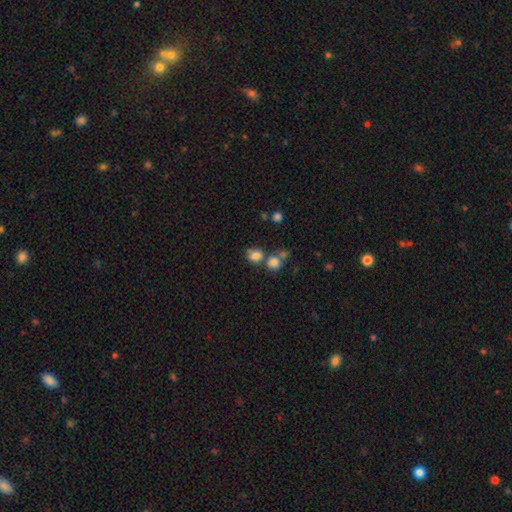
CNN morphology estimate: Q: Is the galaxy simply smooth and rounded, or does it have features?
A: smooth — 78%.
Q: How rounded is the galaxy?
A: round — 56%.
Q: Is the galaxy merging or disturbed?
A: none — 45%.